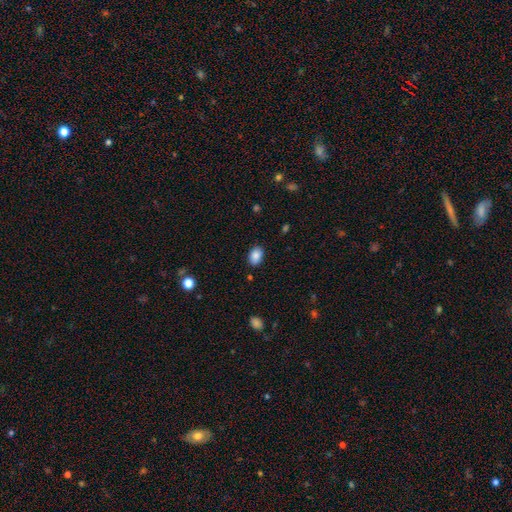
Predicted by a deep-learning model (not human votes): smooth_or_featured: smooth (p=0.87) [alt: star or artifact p=0.08]
how_rounded: in between (p=0.78) [alt: round p=0.21]
merging: none (p=0.85) [alt: minor disturbance p=0.11]